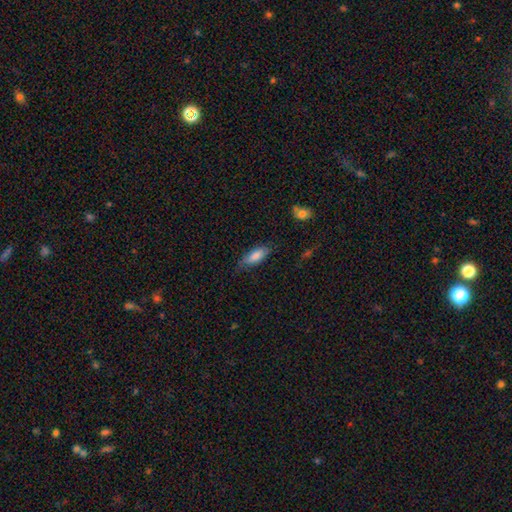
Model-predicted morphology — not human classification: This is likely a smooth galaxy (79%). How rounded: likely in between (69%). Merging: likely none (72%).